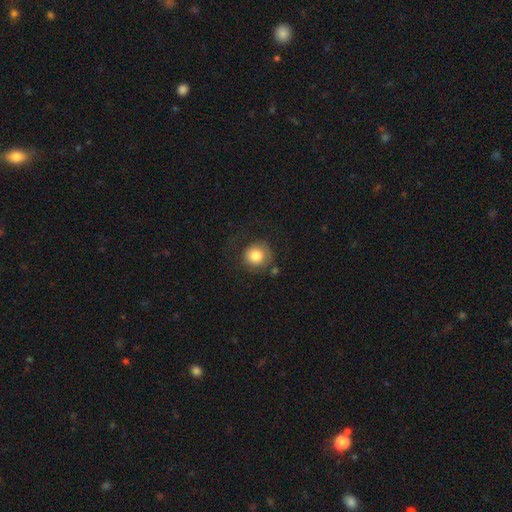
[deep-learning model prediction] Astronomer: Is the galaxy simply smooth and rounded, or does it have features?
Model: smooth — 80%.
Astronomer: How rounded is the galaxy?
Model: round — 90%.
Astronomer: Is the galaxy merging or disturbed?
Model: none — 61%.